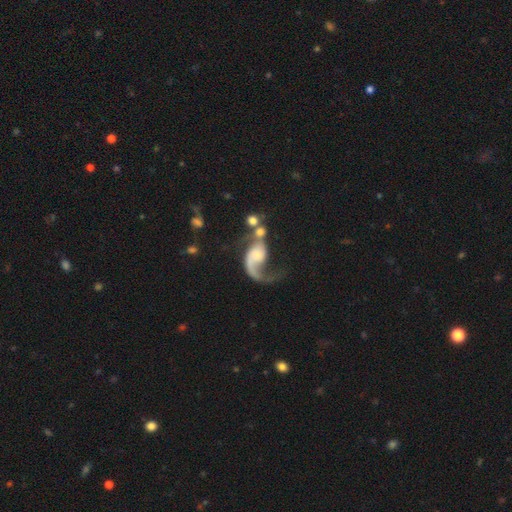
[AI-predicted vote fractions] Smooth or featured? Predicted: featured or disk (p=0.79). Edge-on disk? Predicted: no (p=0.97). Bar? Predicted: no (p=0.66). Spiral arms? Predicted: yes (p=0.93). Spiral winding? Predicted: loose (p=0.75). Spiral arm count? Predicted: 1 (p=0.52). Bulge size? Predicted: small (p=0.47). Merging? Predicted: merger (p=0.34).